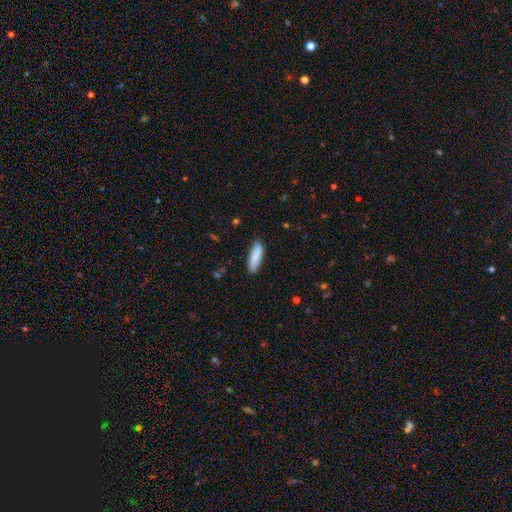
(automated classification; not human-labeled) Smooth or featured?
  - smooth: 88% *
  - featured or disk: 6%
  - star or artifact: 6%
How rounded?
  - cigar-shaped: 54% *
  - in between: 45%
  - round: 1%
Merging?
  - none: 85% *
  - minor disturbance: 12%
  - major disturbance: 2%
  - merger: 1%